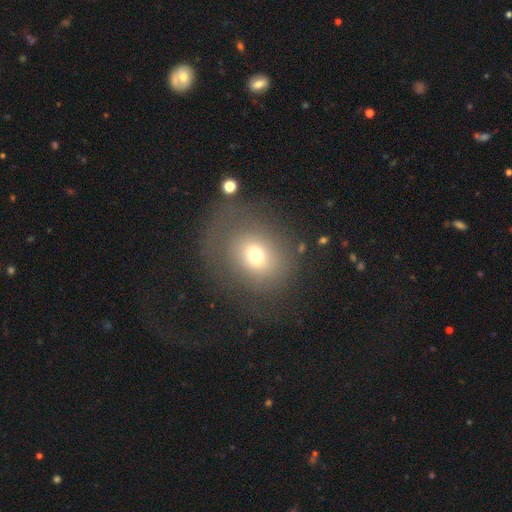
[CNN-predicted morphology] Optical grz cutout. It shows a smooth galaxy with no disk features (65%) that is round (59%). Merging: none (59%).